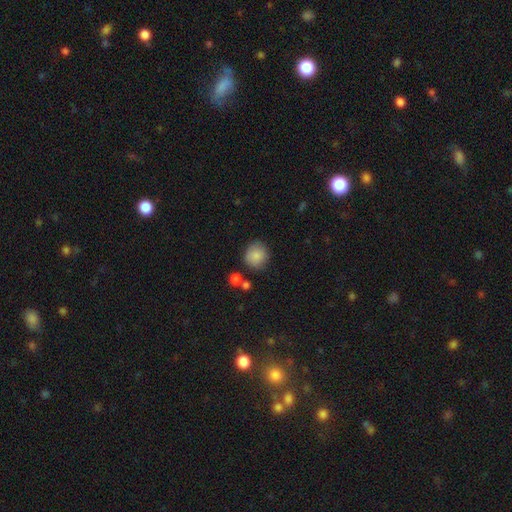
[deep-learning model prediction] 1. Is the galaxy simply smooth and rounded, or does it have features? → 86% smooth, 8% star or artifact, 5% featured or disk.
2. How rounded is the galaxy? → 89% round, 10% in between, 1% cigar-shaped.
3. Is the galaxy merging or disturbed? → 80% none, 12% minor disturbance, 5% merger, 3% major disturbance.